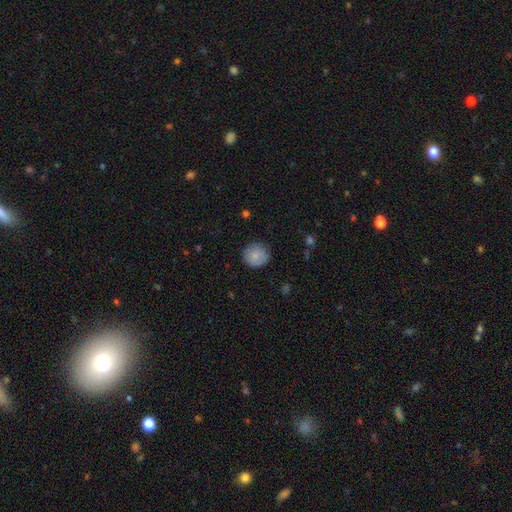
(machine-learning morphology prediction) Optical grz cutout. It shows a smooth galaxy with no disk features (83%) that is round (90%). Merging: none (84%).